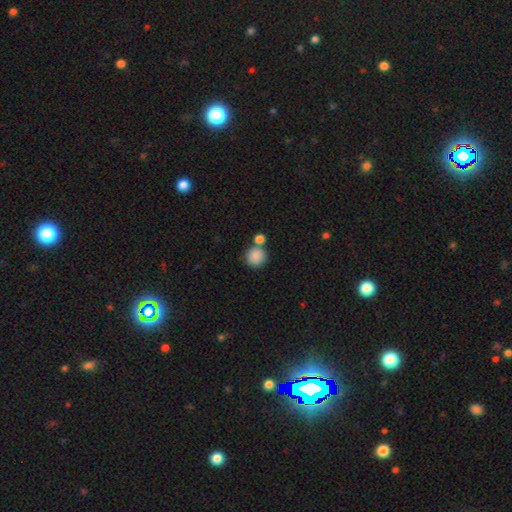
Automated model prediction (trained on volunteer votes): smooth_or_featured: smooth (p=0.87) [alt: star or artifact p=0.08]
how_rounded: round (p=0.92) [alt: in between p=0.07]
merging: none (p=0.66) [alt: merger p=0.23]